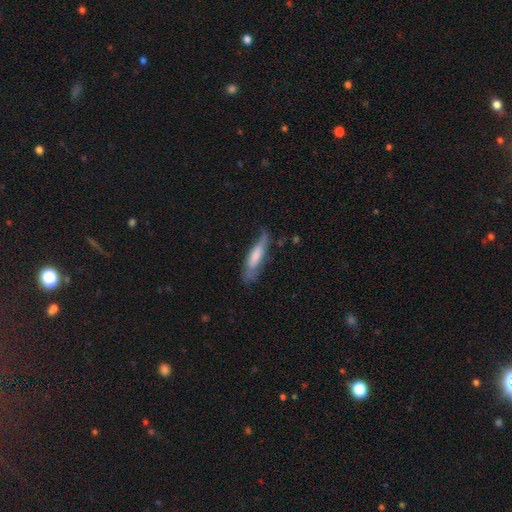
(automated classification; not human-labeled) This is likely a smooth galaxy (60%). How rounded: likely cigar-shaped (66%). Merging: possibly none (48%).